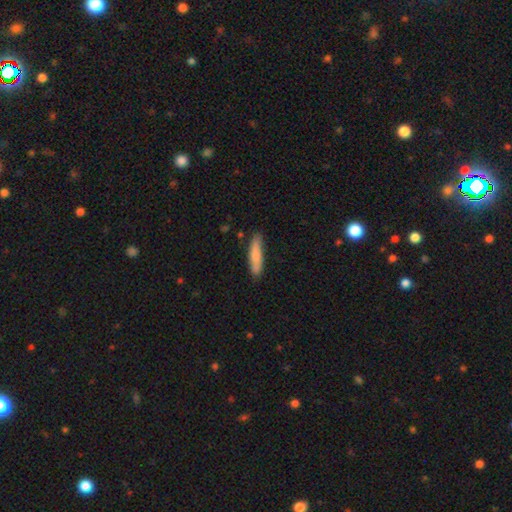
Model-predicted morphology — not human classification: smooth 76%, featured or disk 18%, star or artifact 6%. Down the decision tree: how rounded — cigar-shaped (81%); merging — none (81%).